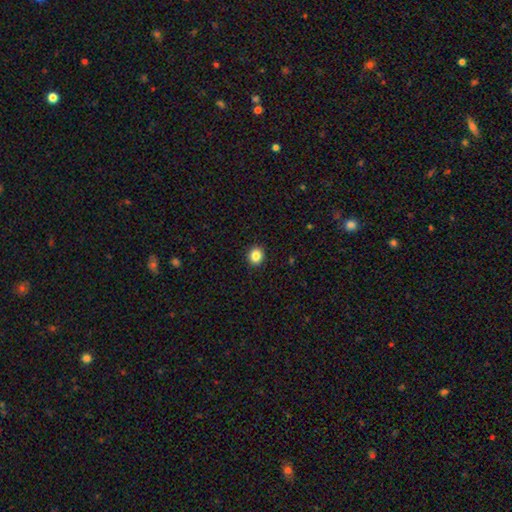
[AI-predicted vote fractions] The model was most divided on "how rounded": round: 80%, in between: 20%, cigar-shaped: 1%. More confident: merging — none (92%); smooth or featured — smooth (85%).